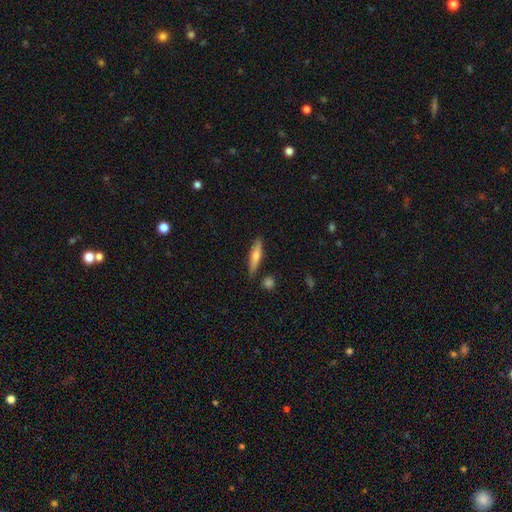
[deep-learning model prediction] A smooth galaxy with no disk features (51%) that is cigar-shaped (85%). Merging: none (86%).